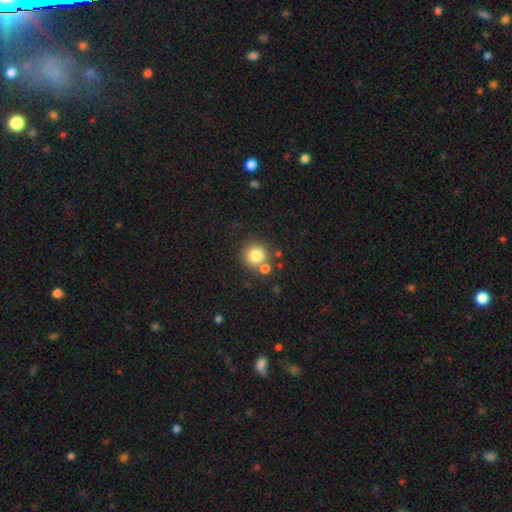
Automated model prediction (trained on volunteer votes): smooth-or-featured: smooth: 81% | star or artifact: 11% | featured or disk: 8%
  how-rounded: round: 92% | in between: 7% | cigar-shaped: 1%
  merging: none: 70% | merger: 18% | minor disturbance: 9% | major disturbance: 3%